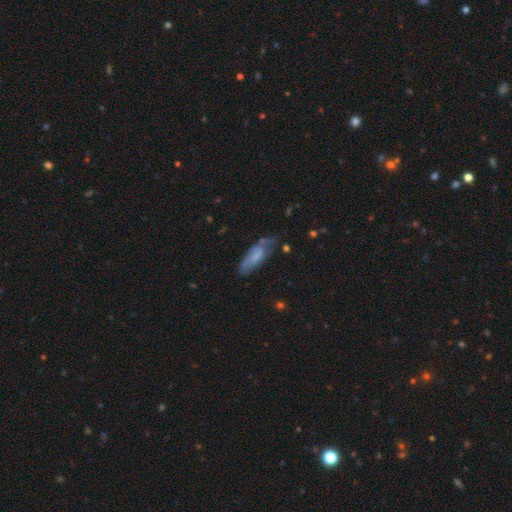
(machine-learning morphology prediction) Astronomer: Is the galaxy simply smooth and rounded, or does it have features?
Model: smooth — 55% (runner-up: featured or disk, 37%).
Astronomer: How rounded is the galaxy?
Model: in between — 60% (runner-up: cigar-shaped, 38%).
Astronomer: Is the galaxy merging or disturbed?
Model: none — 45% (runner-up: minor disturbance, 33%).